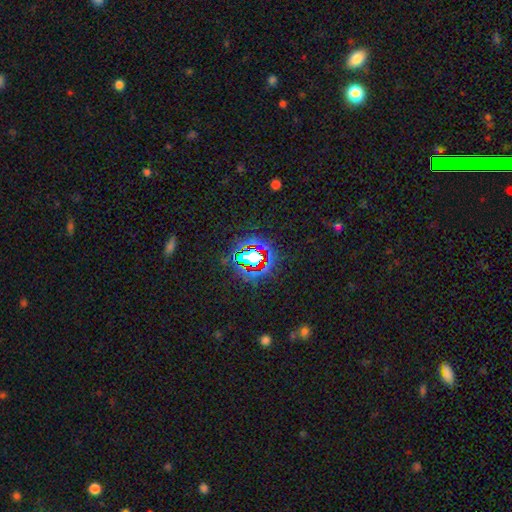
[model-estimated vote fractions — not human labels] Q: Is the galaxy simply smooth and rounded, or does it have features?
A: star or artifact — 71%.